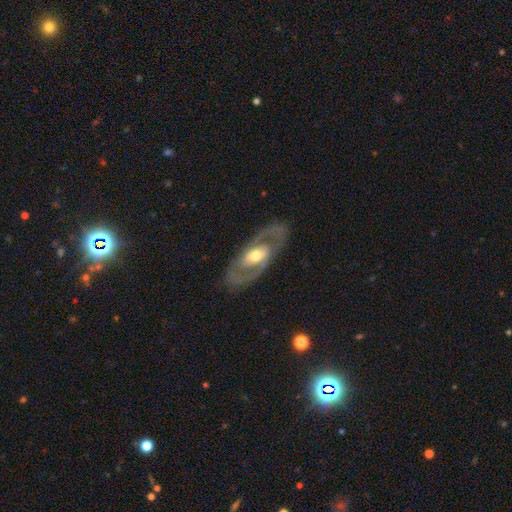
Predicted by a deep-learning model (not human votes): Smooth or featured? Predicted: featured or disk (p=0.79). Edge-on disk? Predicted: no (p=0.89). Bar? Predicted: no (p=0.45). Spiral arms? Predicted: yes (p=0.68). Bulge size? Predicted: moderate (p=0.66). Merging? Predicted: none (p=0.82).